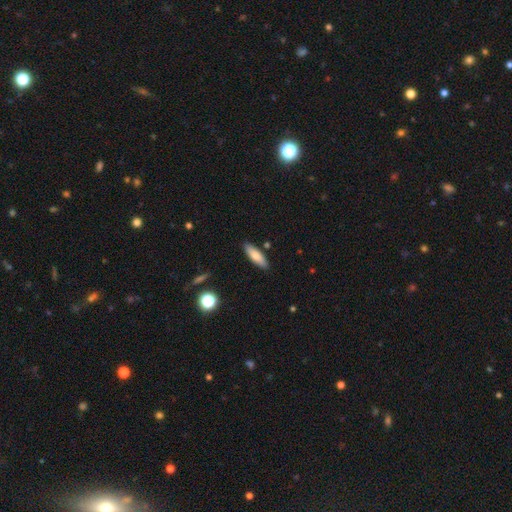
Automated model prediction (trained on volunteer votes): Smooth or featured? smooth (76%)
How rounded? cigar-shaped (53%)
Merging? none (87%)